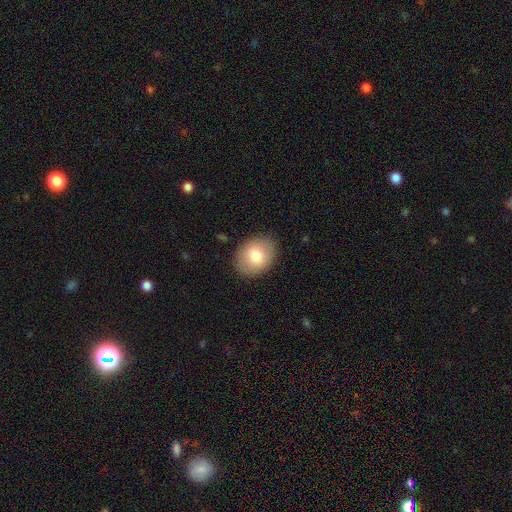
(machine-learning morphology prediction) Smooth or featured: smooth — 80% (featured or disk — 13%)
How rounded: in between — 64% (round — 35%)
Merging: none — 87% (minor disturbance — 9%)